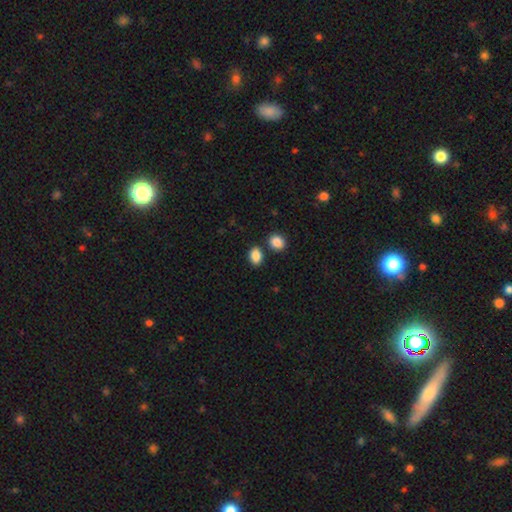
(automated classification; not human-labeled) Q: Smooth or featured?
A: smooth (88%); runner-up: star or artifact (9%)
Q: How rounded?
A: in between (71%); runner-up: round (28%)
Q: Merging?
A: none (74%); runner-up: merger (13%)